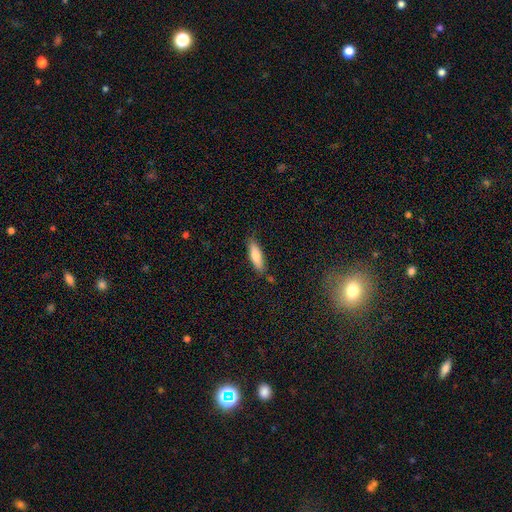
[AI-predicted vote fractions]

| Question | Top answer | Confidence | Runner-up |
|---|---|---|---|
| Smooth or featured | smooth | 79% | featured or disk (14%) |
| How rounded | cigar-shaped | 56% | in between (42%) |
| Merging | none | 79% | minor disturbance (15%) |